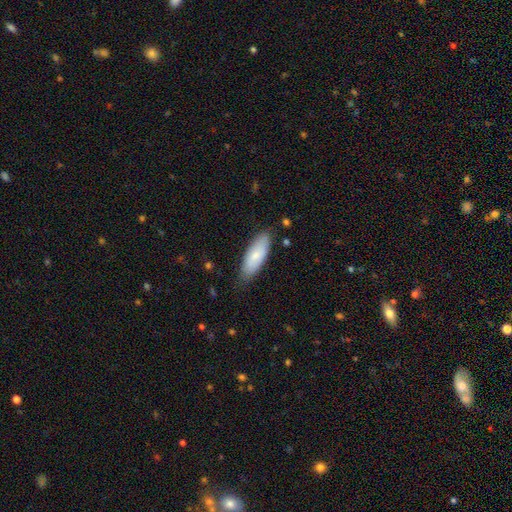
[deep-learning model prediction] A smooth galaxy with no disk features (75%) that is in between round and cigar-shaped (70%).

Vote fractions:
- Smooth or featured? smooth: 75% / featured or disk: 19% / star or artifact: 6%
- How rounded? in between: 70% / cigar-shaped: 29% / round: 2%
- Merging? none: 78% / minor disturbance: 18% / major disturbance: 3% / merger: 1%